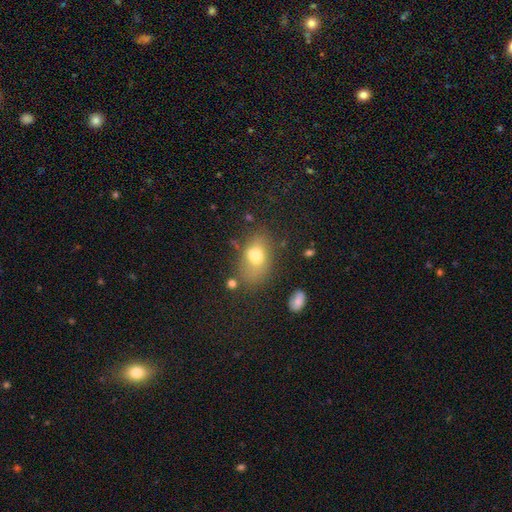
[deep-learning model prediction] The model was most divided on "merging": none: 45%, minor disturbance: 23%, merger: 16%, major disturbance: 16%. More confident: how rounded — in between (82%); smooth or featured — smooth (67%).